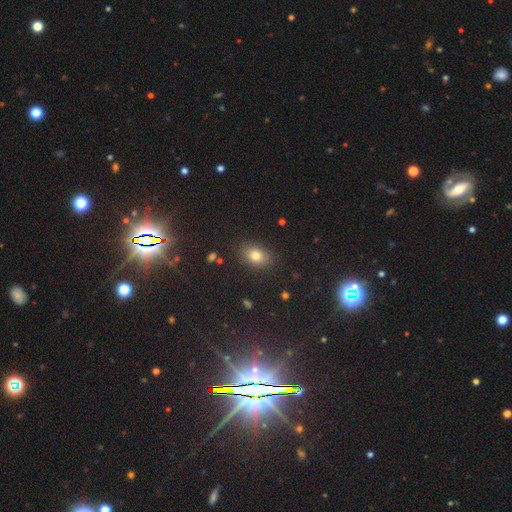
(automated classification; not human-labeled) Smooth or featured?
  - smooth: 76% *
  - star or artifact: 15%
  - featured or disk: 9%
How rounded?
  - in between: 76% *
  - round: 22%
  - cigar-shaped: 2%
Merging?
  - none: 86% *
  - minor disturbance: 9%
  - major disturbance: 3%
  - merger: 2%